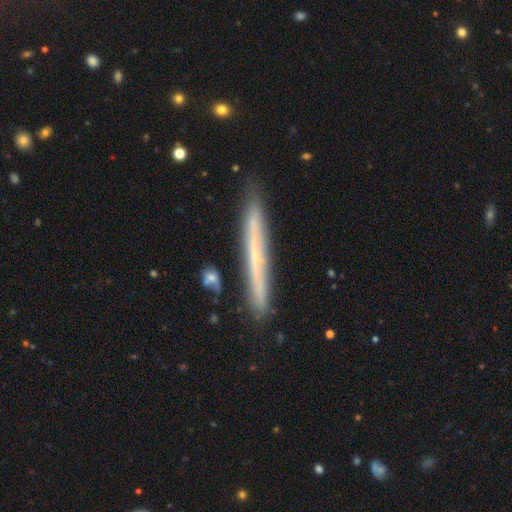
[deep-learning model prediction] Overall: featured or disk (52%; smooth 41%). Edge-on disk: yes (93%). Merging: none (87%).